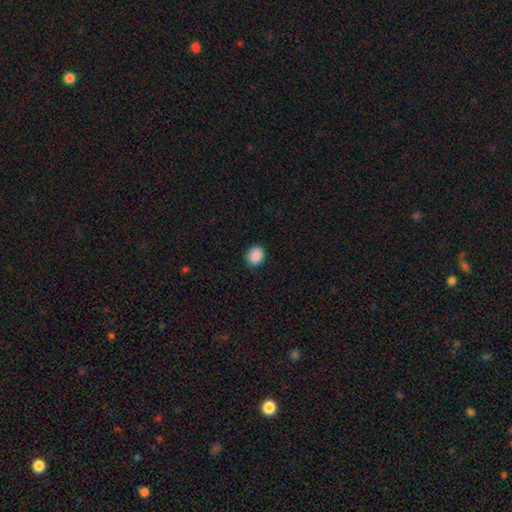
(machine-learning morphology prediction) Smooth or featured? smooth (89%)
How rounded? round (57%)
Merging? none (88%)